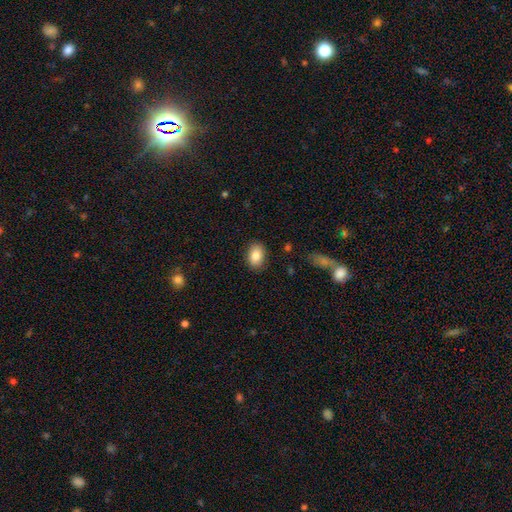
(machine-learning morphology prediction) type=smooth (85%); roundness=in between (78%); merging=none (87%).